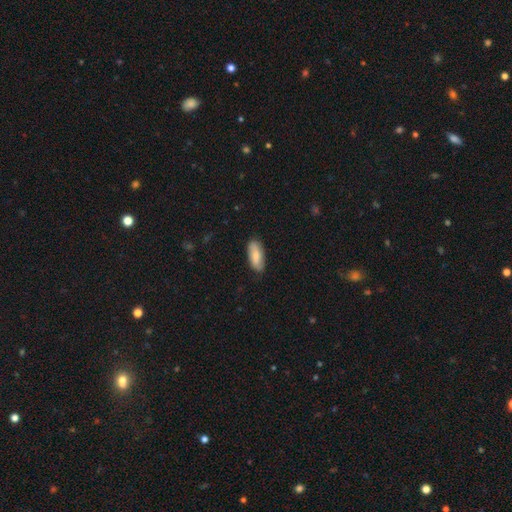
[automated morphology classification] Smooth or featured?
  - smooth: 74% *
  - featured or disk: 20%
  - star or artifact: 6%
How rounded?
  - in between: 83% *
  - cigar-shaped: 15%
  - round: 2%
Merging?
  - none: 82% *
  - minor disturbance: 14%
  - major disturbance: 2%
  - merger: 1%